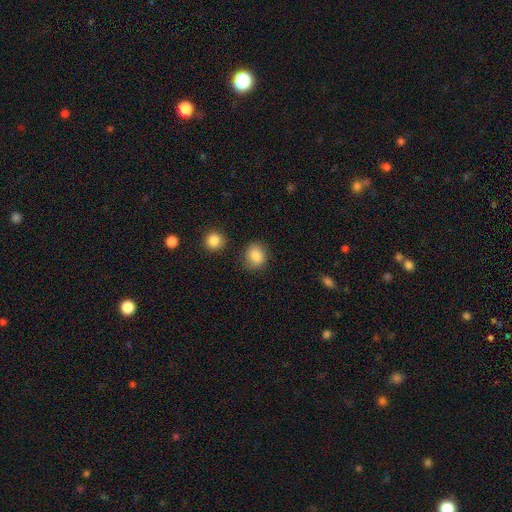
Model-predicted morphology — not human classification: Smooth or featured? smooth (86%)
How rounded? round (72%)
Merging? none (78%)